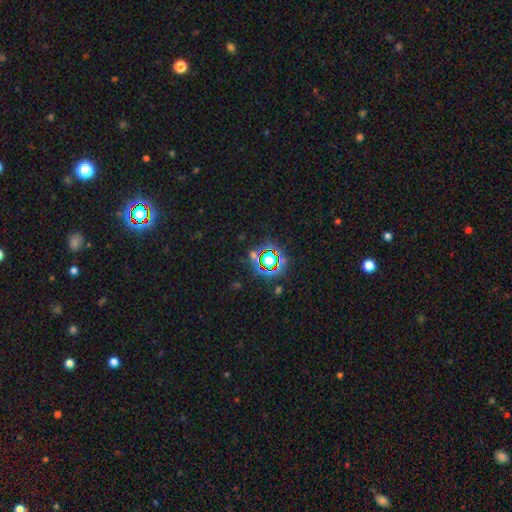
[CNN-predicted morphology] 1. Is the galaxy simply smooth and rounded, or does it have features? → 74% star or artifact, 16% smooth, 9% featured or disk.